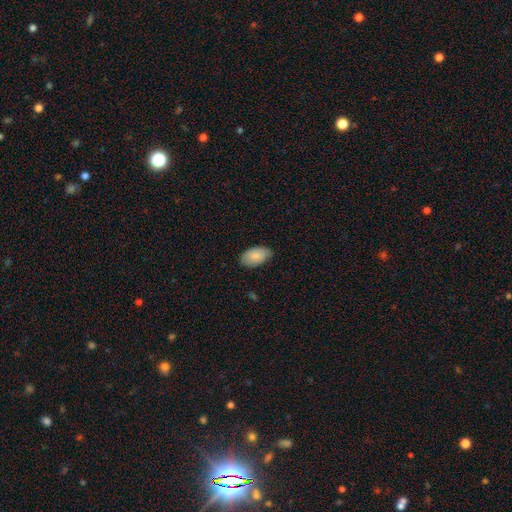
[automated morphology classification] A smooth galaxy with no disk features (85%) that is in between round and cigar-shaped (95%).

Vote fractions:
- Smooth or featured? smooth: 85% / featured or disk: 9% / star or artifact: 6%
- How rounded? in between: 95% / round: 4% / cigar-shaped: 1%
- Merging? none: 75% / minor disturbance: 21% / major disturbance: 3% / merger: 1%